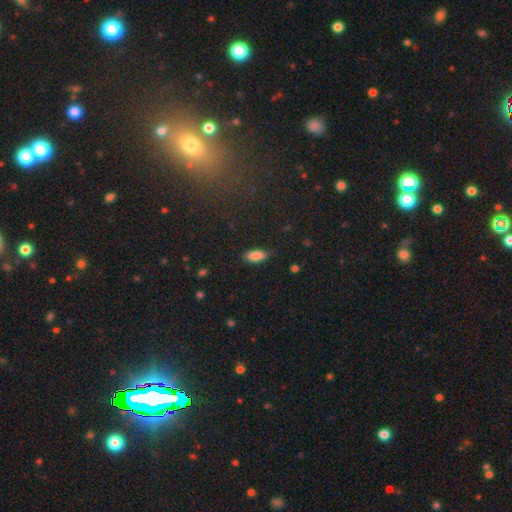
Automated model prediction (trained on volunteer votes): This is clearly a smooth galaxy (84%). How rounded: clearly in between (84%). Merging: likely none (76%).